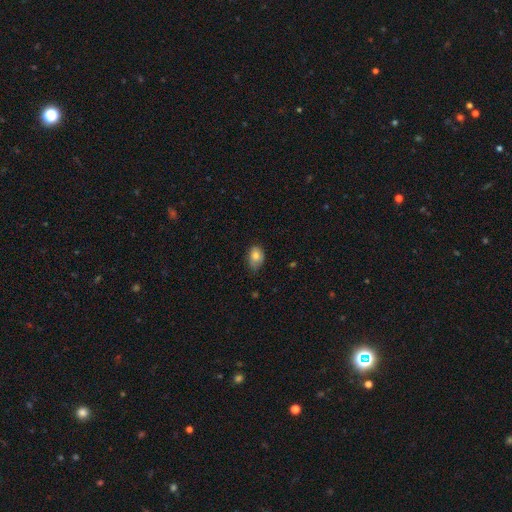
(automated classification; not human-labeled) Q: Smooth or featured?
A: smooth (80%); runner-up: featured or disk (11%)
Q: How rounded?
A: in between (76%); runner-up: round (23%)
Q: Merging?
A: none (64%); runner-up: minor disturbance (30%)